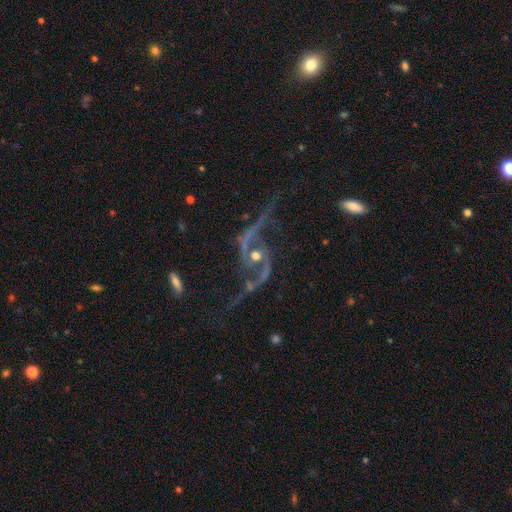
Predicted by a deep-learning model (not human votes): Smooth or featured?
  - featured or disk: 89% *
  - star or artifact: 7%
  - smooth: 4%
Edge-on disk?
  - no: 96% *
  - yes: 4%
Bar?
  - no: 57% *
  - weak: 27%
  - strong: 16%
Spiral arms?
  - yes: 96% *
  - no: 4%
Spiral winding?
  - loose: 71% *
  - medium: 23%
  - tight: 6%
Spiral arm count?
  - 2: 94% *
  - 1: 2%
  - can't tell: 1%
  - 3: 1%
  - 4: 1%
  - more than 4: 1%
Bulge size?
  - moderate: 68% *
  - small: 23%
  - large: 5%
  - none: 2%
  - dominant: 2%
Merging?
  - none: 54% *
  - major disturbance: 21%
  - minor disturbance: 18%
  - merger: 7%